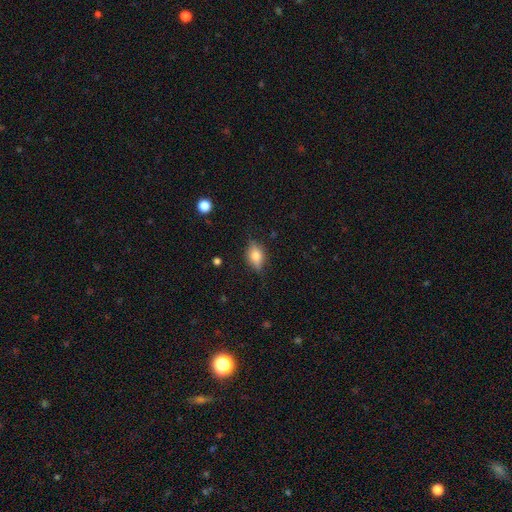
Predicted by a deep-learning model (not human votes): A smooth galaxy with no disk features (56%) that is in between round and cigar-shaped (75%). Merging: none (78%).